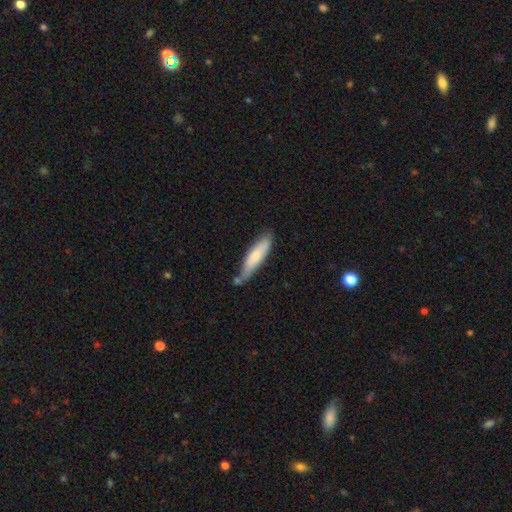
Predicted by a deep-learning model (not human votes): Smooth or featured?
  - smooth: 75% *
  - featured or disk: 20%
  - star or artifact: 5%
How rounded?
  - cigar-shaped: 75% *
  - in between: 23%
  - round: 1%
Merging?
  - none: 59% *
  - minor disturbance: 25%
  - merger: 11%
  - major disturbance: 5%